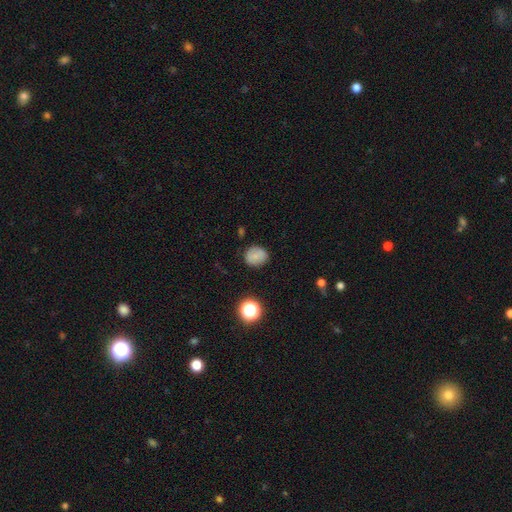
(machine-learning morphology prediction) Q: Smooth or featured?
A: smooth (76%); runner-up: star or artifact (12%)
Q: How rounded?
A: round (72%); runner-up: in between (27%)
Q: Merging?
A: none (82%); runner-up: minor disturbance (13%)